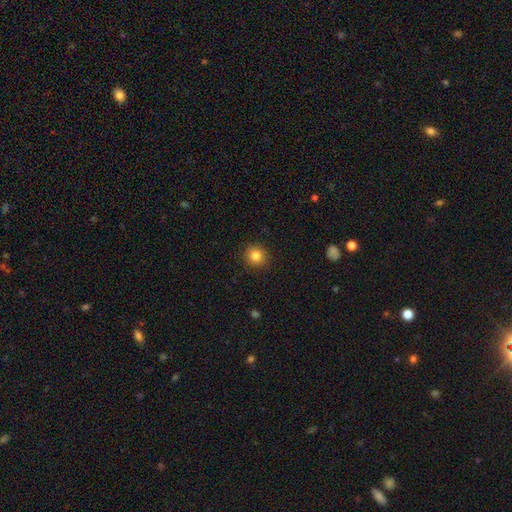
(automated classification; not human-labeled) smooth 83%, star or artifact 11%, featured or disk 6%. Down the decision tree: how rounded — round (89%); merging — none (91%).